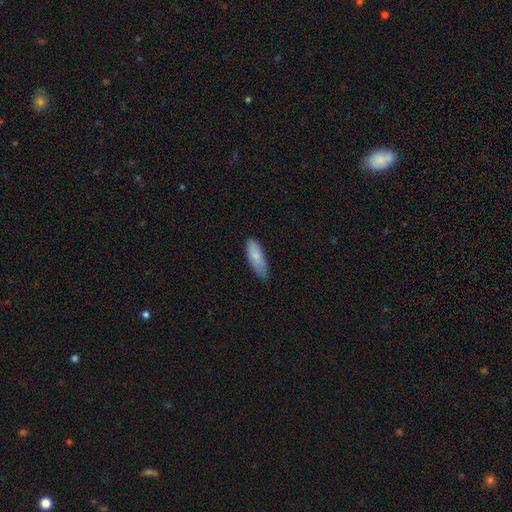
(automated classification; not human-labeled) Smooth or featured?
  - smooth: 84% *
  - featured or disk: 10%
  - star or artifact: 6%
How rounded?
  - in between: 65% *
  - cigar-shaped: 34%
  - round: 2%
Merging?
  - none: 66% *
  - minor disturbance: 29%
  - major disturbance: 4%
  - merger: 1%